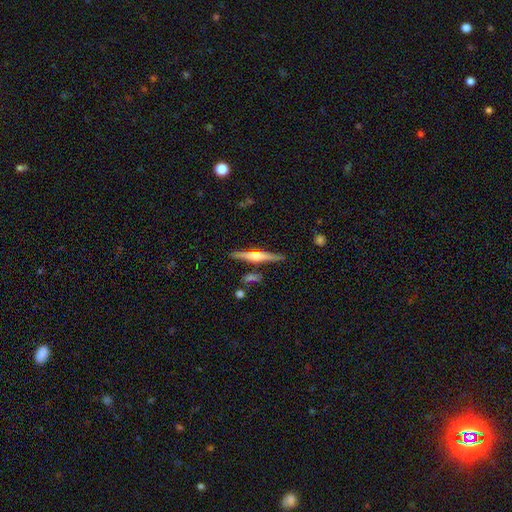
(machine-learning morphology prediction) Smooth or featured: featured or disk — 63% (smooth — 30%)
Edge-on disk: yes — 97% (no — 3%)
Edge-on bulge: rounded — 74% (none — 14%)
Merging: none — 85% (minor disturbance — 9%)